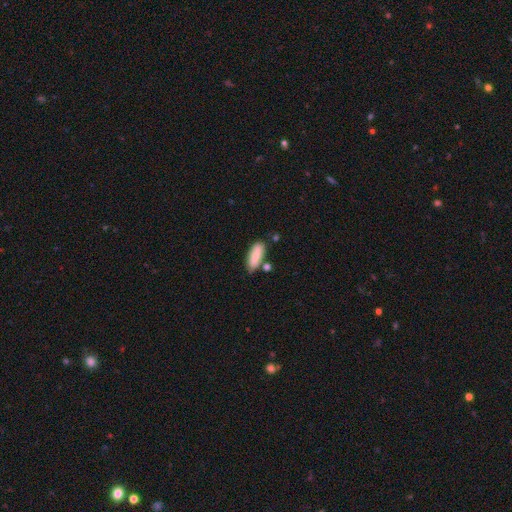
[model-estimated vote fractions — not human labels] A smooth galaxy with no disk features (81%) that is in between round and cigar-shaped (69%). Merging: none (67%).